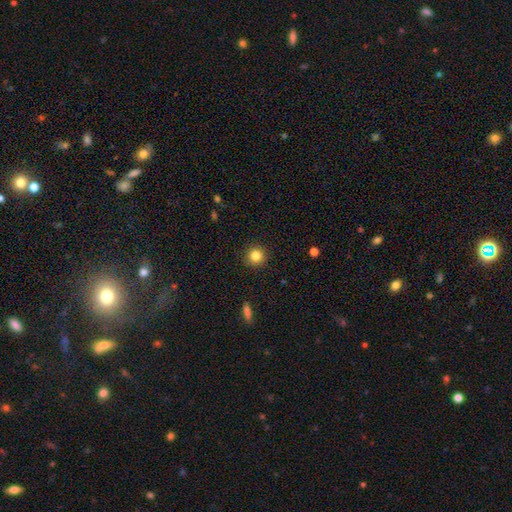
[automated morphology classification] smooth 83%, star or artifact 11%, featured or disk 6%. Down the decision tree: how rounded — round (94%); merging — none (91%).